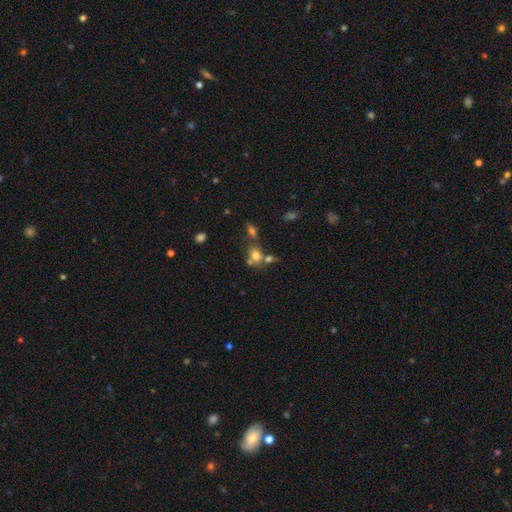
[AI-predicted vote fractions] Smooth or featured? smooth (69%)
How rounded? round (62%)
Merging? merger (43%)